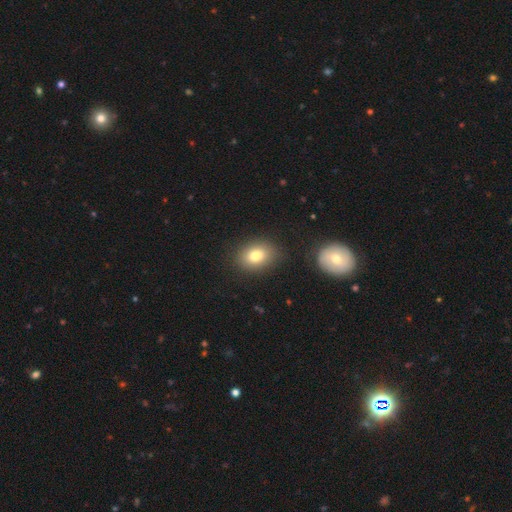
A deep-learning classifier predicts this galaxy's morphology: A smooth galaxy with no disk features (79%) that is in between round and cigar-shaped (69%). Merging: none (84%).